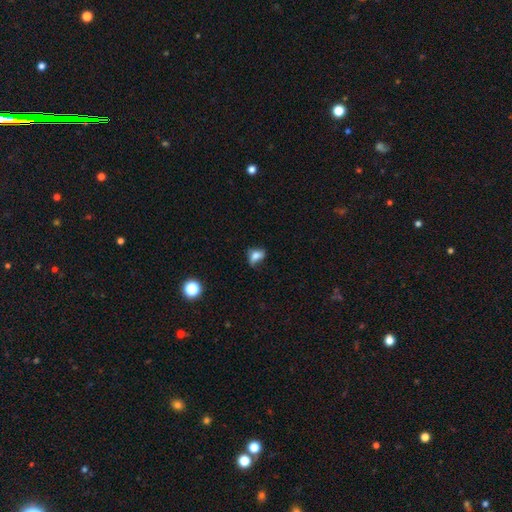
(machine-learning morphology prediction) smooth 67%, featured or disk 21%, star or artifact 12%. Down the decision tree: how rounded — in between (75%); merging — none (39%).